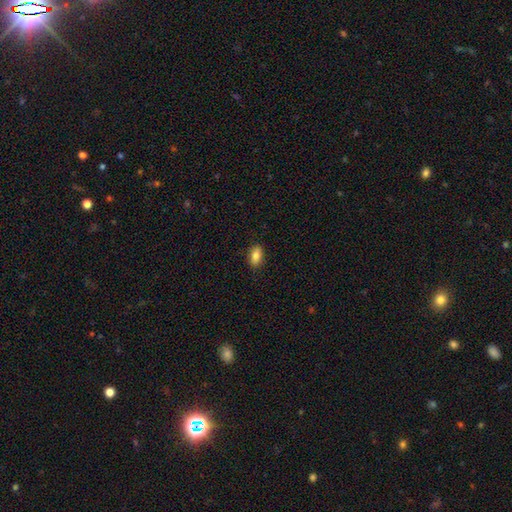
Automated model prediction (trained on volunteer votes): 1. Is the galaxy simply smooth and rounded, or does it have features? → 85% smooth, 8% star or artifact, 7% featured or disk.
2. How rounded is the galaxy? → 89% in between, 7% round, 4% cigar-shaped.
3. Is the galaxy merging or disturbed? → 88% none, 9% minor disturbance, 2% major disturbance, 1% merger.